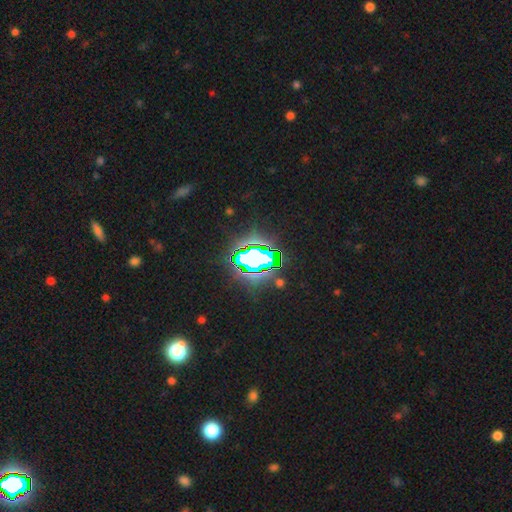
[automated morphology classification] Q: Smooth or featured?
A: star or artifact (72%); runner-up: smooth (16%)